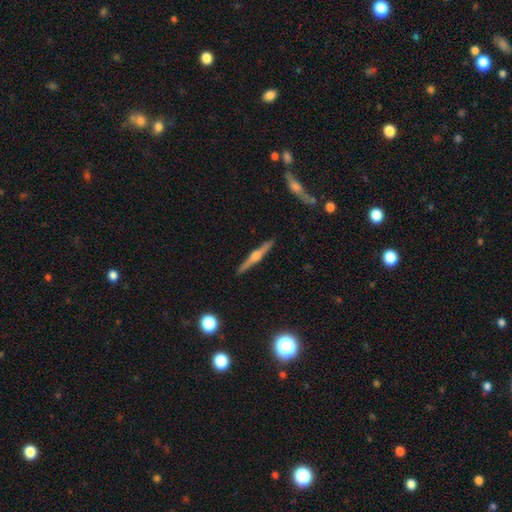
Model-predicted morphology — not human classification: featured or disk 79%, smooth 15%, star or artifact 6%. Down the decision tree: edge-on disk — yes (98%); edge-on bulge — rounded (91%); merging — none (91%).